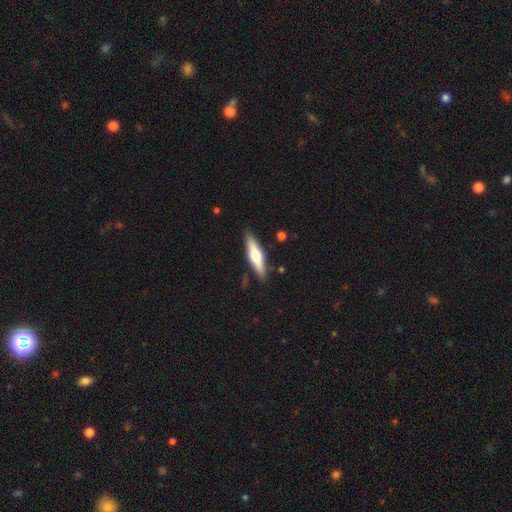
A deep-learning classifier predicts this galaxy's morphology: Smooth or featured? Predicted: featured or disk (p=0.53). Edge-on disk? Predicted: yes (p=0.92). Merging? Predicted: none (p=0.87).